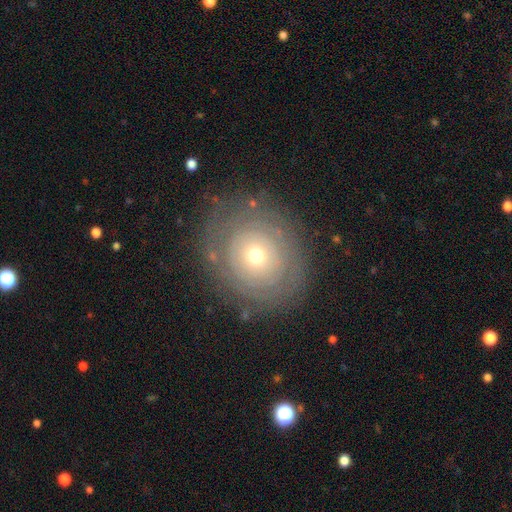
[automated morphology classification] type=featured or disk (55%); edge-on=no (95%); bar=no (91%); spiral arms=no (57%); bulge=small (53%); merging=none (79%).